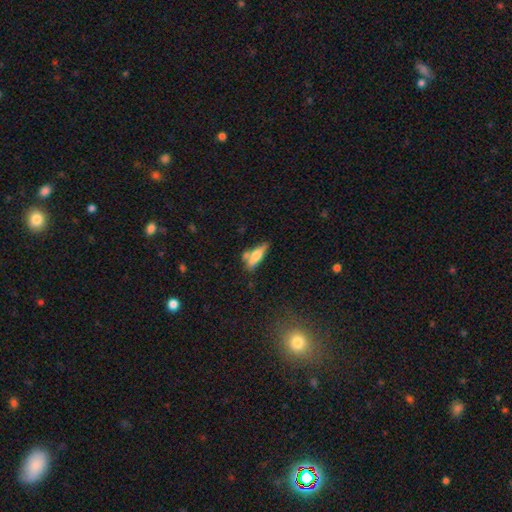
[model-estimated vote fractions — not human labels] A smooth galaxy with no disk features (66%) that is cigar-shaped (50%). Merging: none (47%).